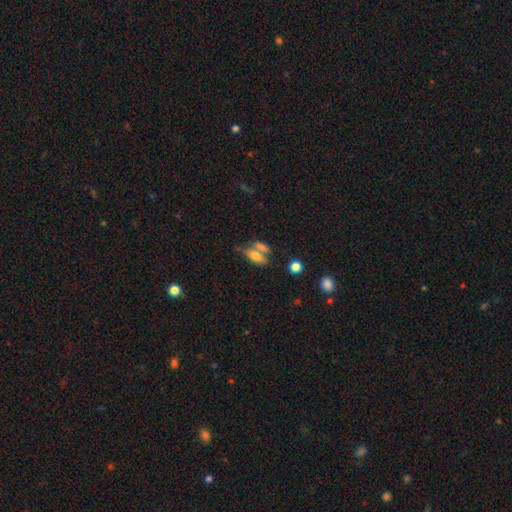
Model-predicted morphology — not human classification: smooth-or-featured: smooth: 67% | featured or disk: 24% | star or artifact: 9%
  how-rounded: in between: 73% | cigar-shaped: 22% | round: 5%
  merging: none: 43% | merger: 39% | minor disturbance: 13% | major disturbance: 6%